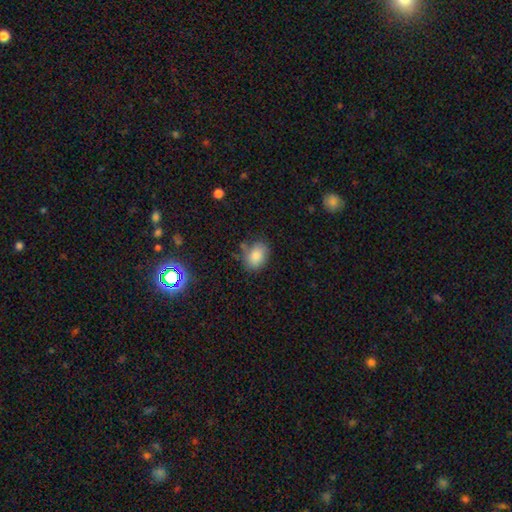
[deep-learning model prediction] Smooth or featured?
  - smooth: 83% *
  - star or artifact: 10%
  - featured or disk: 7%
How rounded?
  - in between: 71% *
  - round: 28%
  - cigar-shaped: 1%
Merging?
  - none: 72% *
  - minor disturbance: 18%
  - merger: 6%
  - major disturbance: 4%